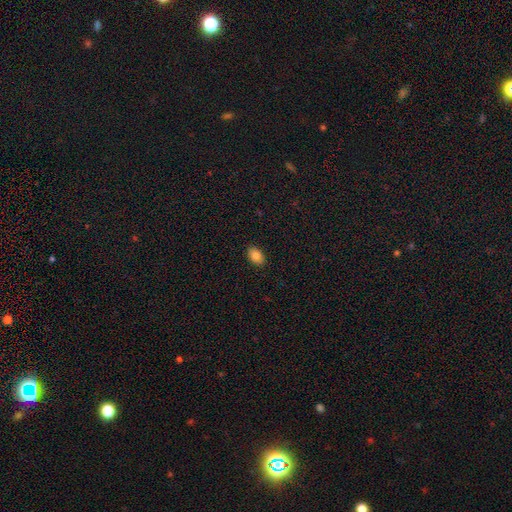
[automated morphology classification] Q: Smooth or featured?
A: smooth (86%); runner-up: star or artifact (8%)
Q: How rounded?
A: in between (88%); runner-up: round (11%)
Q: Merging?
A: none (89%); runner-up: minor disturbance (8%)